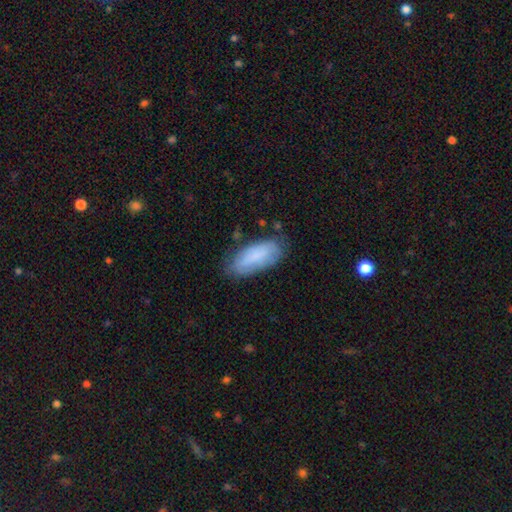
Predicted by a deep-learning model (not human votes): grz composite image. It shows a smooth galaxy with no disk features (76%) that is in between round and cigar-shaped (82%). Merging: none (68%).